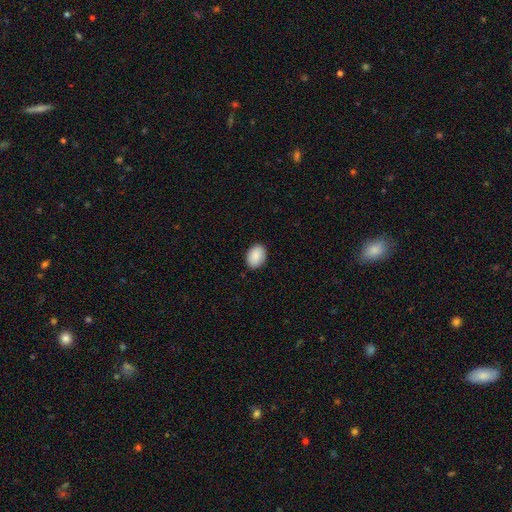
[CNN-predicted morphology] Smooth or featured: smooth — 90% (star or artifact — 6%)
How rounded: in between — 80% (round — 19%)
Merging: none — 89% (minor disturbance — 8%)